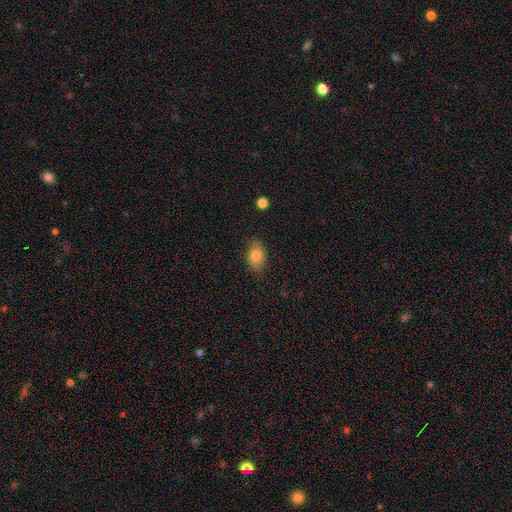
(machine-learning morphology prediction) Smooth or featured? smooth (79%)
How rounded? in between (82%)
Merging? none (79%)